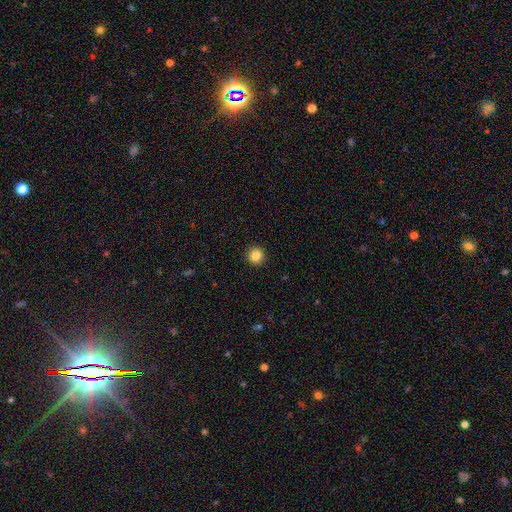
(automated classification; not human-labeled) smooth 85%, star or artifact 10%, featured or disk 5%. Down the decision tree: how rounded — round (95%); merging — none (93%).